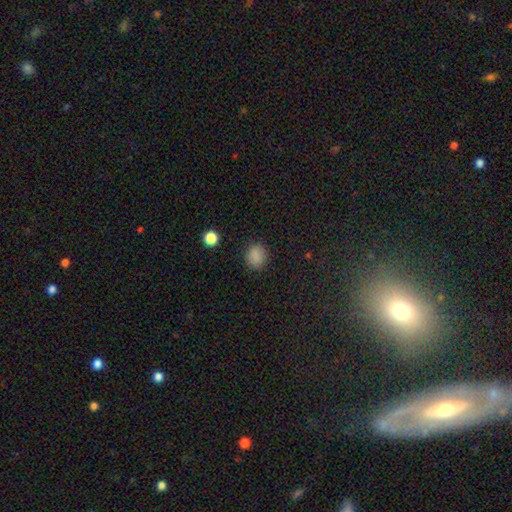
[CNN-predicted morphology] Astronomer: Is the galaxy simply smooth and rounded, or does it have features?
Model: smooth — 84%.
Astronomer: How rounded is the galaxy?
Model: round — 66%.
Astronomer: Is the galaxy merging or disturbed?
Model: none — 86%.